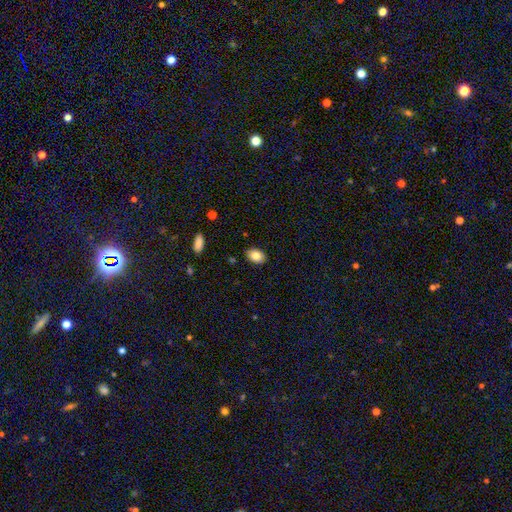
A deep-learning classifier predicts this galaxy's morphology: Smooth or featured?
  - smooth: 83% *
  - featured or disk: 9%
  - star or artifact: 8%
How rounded?
  - in between: 83% *
  - round: 16%
  - cigar-shaped: 1%
Merging?
  - none: 86% *
  - minor disturbance: 11%
  - major disturbance: 2%
  - merger: 1%